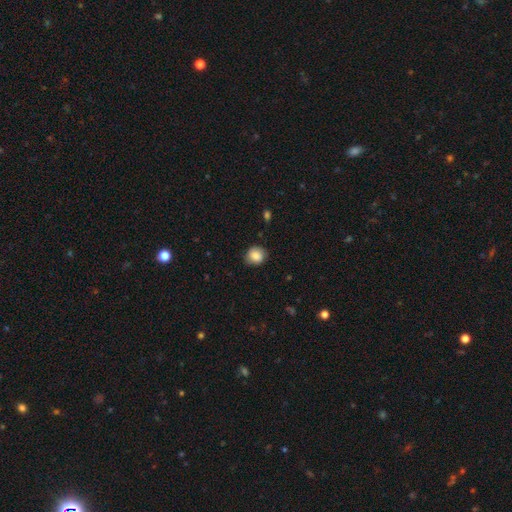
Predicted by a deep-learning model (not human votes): This appears to be a smooth galaxy with no disk features (85%) that is round (83%). Merging: none (81%).